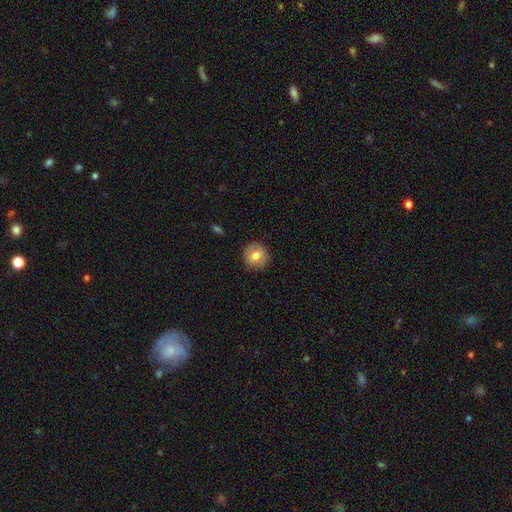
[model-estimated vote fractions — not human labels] This is likely a smooth galaxy (76%). How rounded: clearly round (91%). Merging: clearly none (89%).